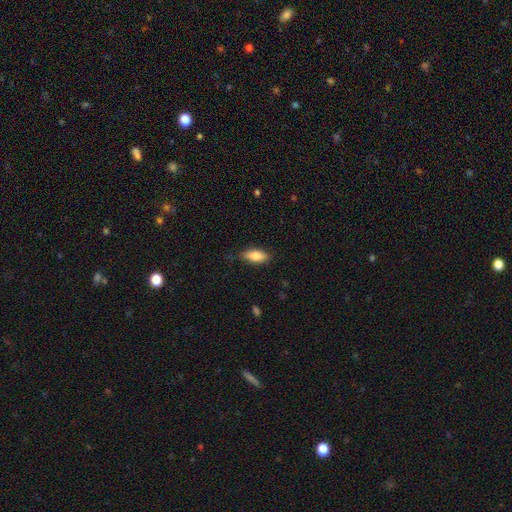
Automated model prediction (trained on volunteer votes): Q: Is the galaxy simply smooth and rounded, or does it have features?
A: smooth — 79%.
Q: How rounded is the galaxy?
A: in between — 79%.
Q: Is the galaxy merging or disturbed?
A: none — 81%.